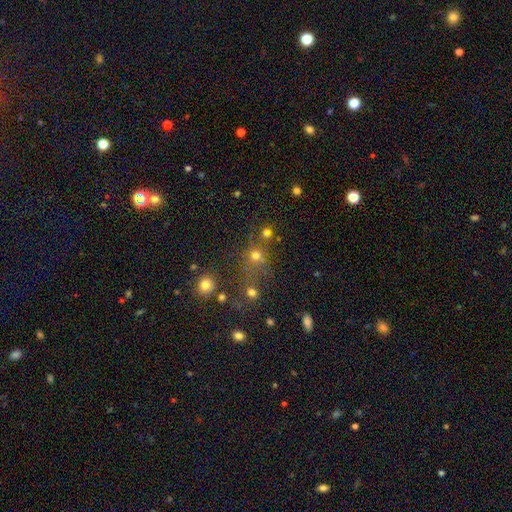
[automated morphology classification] A smooth galaxy with no disk features (65%) that is round (85%).

Vote fractions:
- Smooth or featured? smooth: 65% / star or artifact: 26% / featured or disk: 10%
- How rounded? round: 85% / in between: 13% / cigar-shaped: 1%
- Merging? none: 56% / merger: 24% / minor disturbance: 11% / major disturbance: 9%